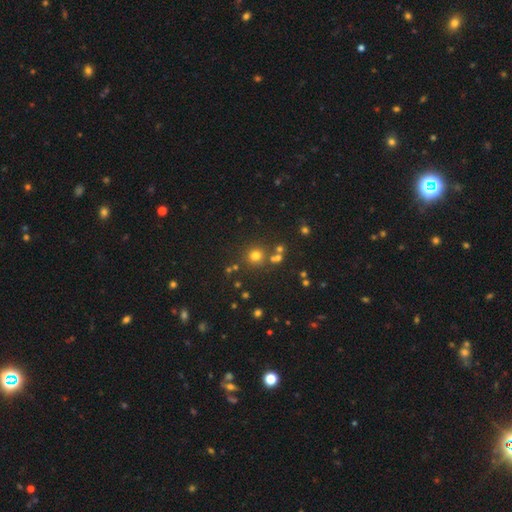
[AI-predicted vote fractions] Smooth or featured: smooth — 71% (star or artifact — 21%)
How rounded: round — 91% (in between — 8%)
Merging: none — 78% (merger — 10%)